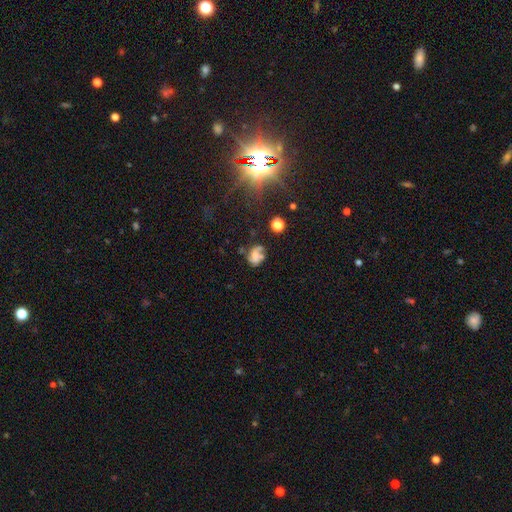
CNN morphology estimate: This appears to be a featured or disk galaxy (44%). Merging: none (41%).